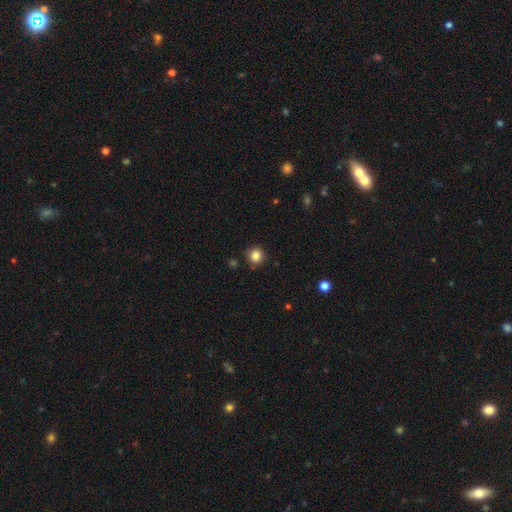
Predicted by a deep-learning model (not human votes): A smooth galaxy with no disk features (85%) that is round (91%).

Vote fractions:
- Smooth or featured? smooth: 85% / star or artifact: 11% / featured or disk: 4%
- How rounded? round: 91% / in between: 8% / cigar-shaped: 1%
- Merging? none: 89% / minor disturbance: 7% / major disturbance: 2% / merger: 2%